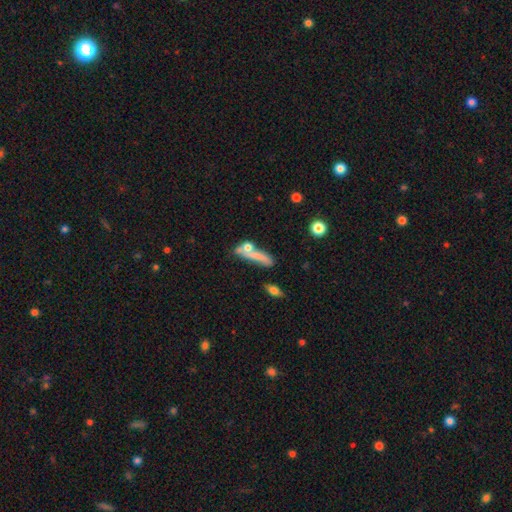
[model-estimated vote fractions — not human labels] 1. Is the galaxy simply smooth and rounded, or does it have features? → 57% smooth, 32% featured or disk, 11% star or artifact.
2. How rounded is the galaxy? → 63% cigar-shaped, 29% in between, 8% round.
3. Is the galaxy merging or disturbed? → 37% none, 32% merger, 17% minor disturbance, 14% major disturbance.